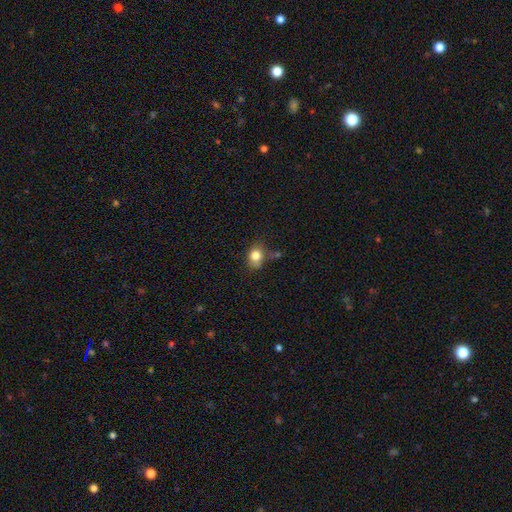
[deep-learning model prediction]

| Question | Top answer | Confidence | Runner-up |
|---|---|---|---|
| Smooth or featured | smooth | 81% | star or artifact (10%) |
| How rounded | in between | 53% | round (46%) |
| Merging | none | 54% | minor disturbance (28%) |